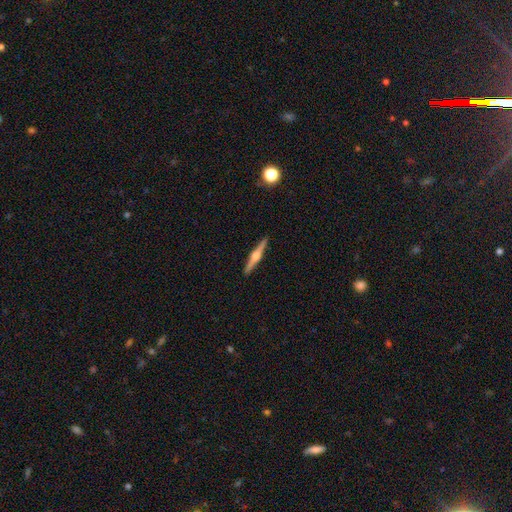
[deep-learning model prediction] This appears to be a featured or disk galaxy (79%) viewed edge-on (98%) with a rounded central bulge (93%). Merging: none (92%).